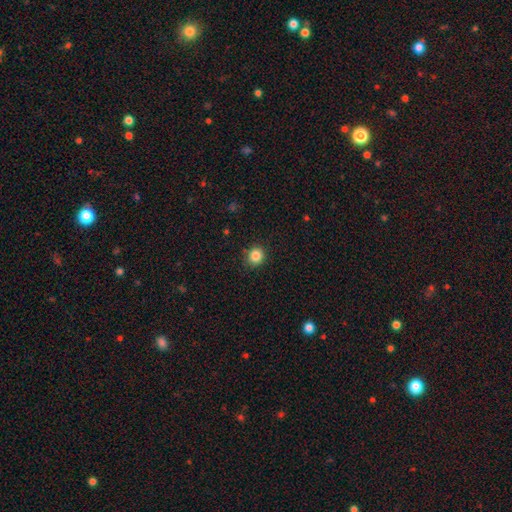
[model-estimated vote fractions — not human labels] smooth_or_featured: smooth (p=0.85) [alt: star or artifact p=0.11]
how_rounded: round (p=0.84) [alt: in between p=0.16]
merging: none (p=0.88) [alt: minor disturbance p=0.09]